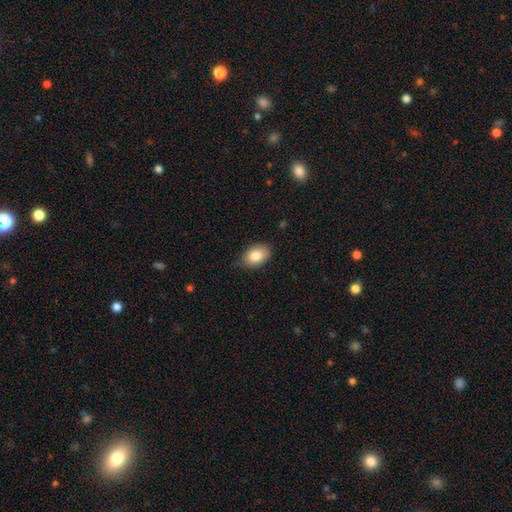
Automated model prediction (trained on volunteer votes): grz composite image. It shows a smooth galaxy with no disk features (84%) that is in between round and cigar-shaped (86%). Merging: none (77%).